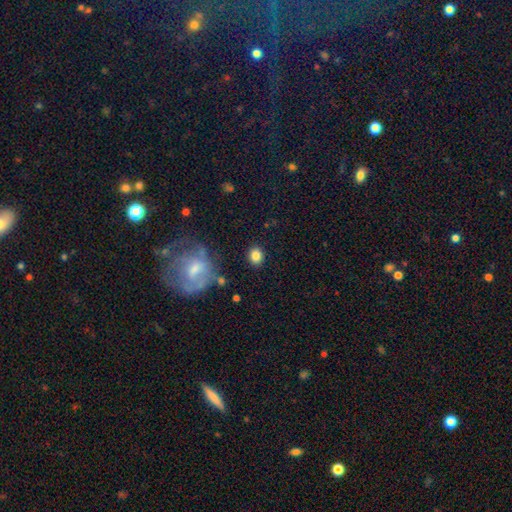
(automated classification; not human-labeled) smooth-or-featured: smooth: 83% | star or artifact: 9% | featured or disk: 7%
  how-rounded: round: 62% | in between: 37% | cigar-shaped: 1%
  merging: none: 86% | minor disturbance: 8% | major disturbance: 3% | merger: 2%